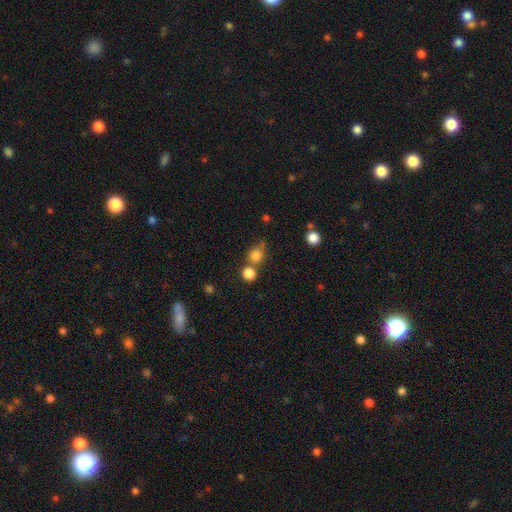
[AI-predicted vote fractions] Smooth or featured: smooth — 80% (star or artifact — 14%)
How rounded: round — 78% (in between — 21%)
Merging: none — 53% (merger — 25%)